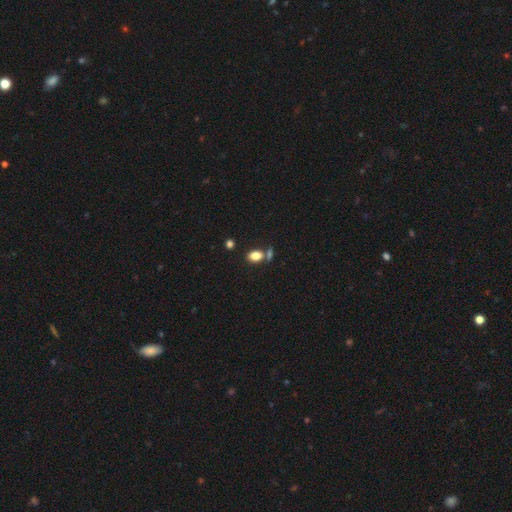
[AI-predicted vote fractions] Morphology: type=smooth (82%); roundness=in between (81%); merging=none (59%).